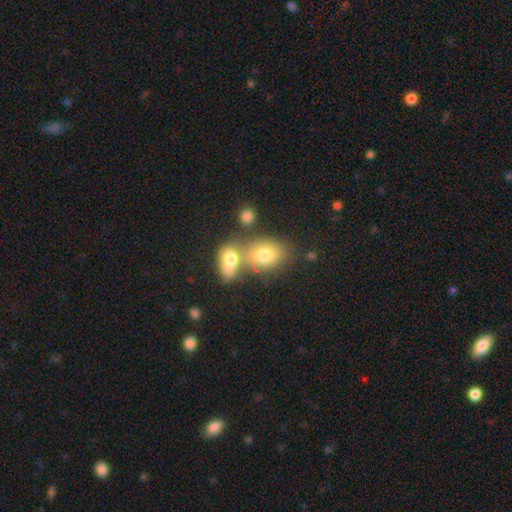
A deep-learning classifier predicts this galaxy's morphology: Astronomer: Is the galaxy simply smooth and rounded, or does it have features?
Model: smooth — 66%.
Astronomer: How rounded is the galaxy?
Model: in between — 62%.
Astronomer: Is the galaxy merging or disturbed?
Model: merger — 52% (runner-up: none, 36%).